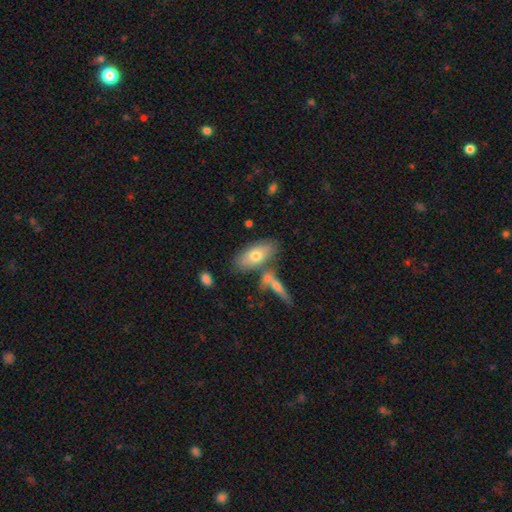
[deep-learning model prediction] A smooth galaxy with no disk features (69%) that is in between round and cigar-shaped (88%).

Vote fractions:
- Smooth or featured? smooth: 69% / featured or disk: 24% / star or artifact: 7%
- How rounded? in between: 88% / cigar-shaped: 8% / round: 4%
- Merging? none: 63% / merger: 19% / minor disturbance: 13% / major disturbance: 4%